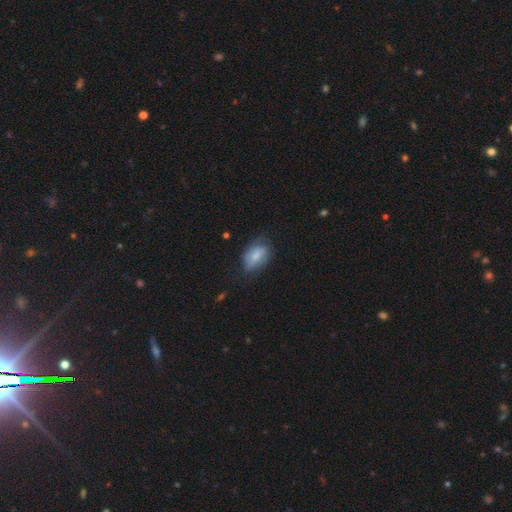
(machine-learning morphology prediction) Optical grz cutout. It shows a smooth galaxy with no disk features (70%) that is in between round and cigar-shaped (87%). Merging: none (57%).